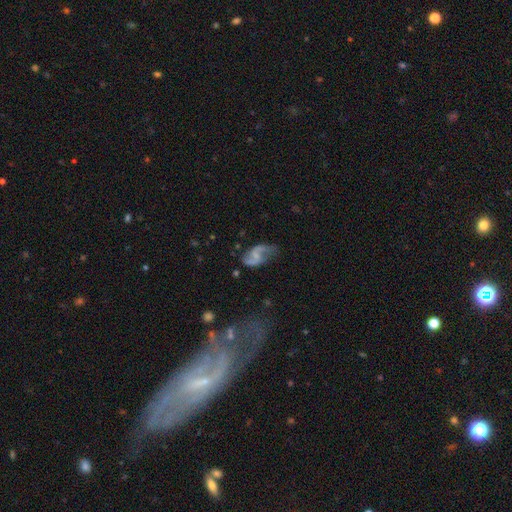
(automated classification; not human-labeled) smooth_or_featured: featured or disk (p=0.75) [alt: smooth p=0.18]
disk_edge_on: no (p=0.97) [alt: yes p=0.03]
bar: weak (p=0.45) [alt: no p=0.41]
has_spiral_arms: yes (p=0.89) [alt: no p=0.11]
spiral_winding: loose (p=0.62) [alt: medium p=0.30]
spiral_arm_count: 2 (p=0.87) [alt: can't tell p=0.05]
bulge_size: small (p=0.43) [alt: none p=0.41]
merging: none (p=0.55) [alt: minor disturbance p=0.24]